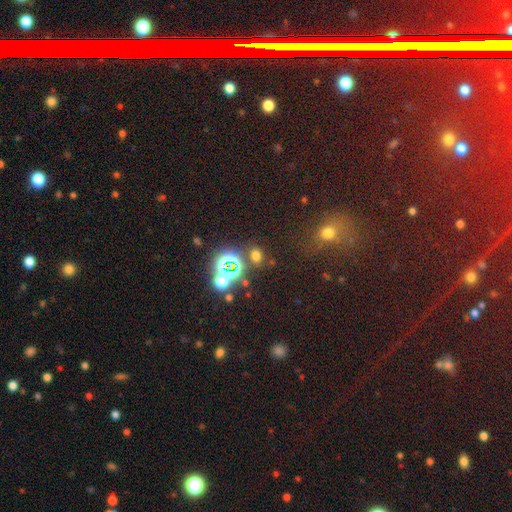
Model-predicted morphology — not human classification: The model was most divided on "how rounded": round: 52%, in between: 46%, cigar-shaped: 2%. More confident: merging — none (76%); smooth or featured — smooth (57%).